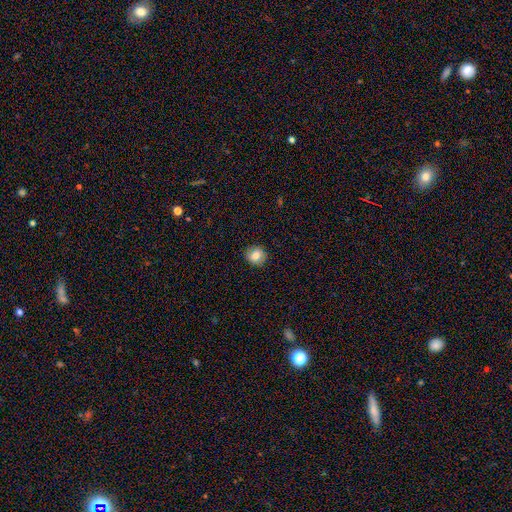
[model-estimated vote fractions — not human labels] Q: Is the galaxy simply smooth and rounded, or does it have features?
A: smooth — 81%.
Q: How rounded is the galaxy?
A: round — 84%.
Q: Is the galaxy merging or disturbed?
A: none — 90%.